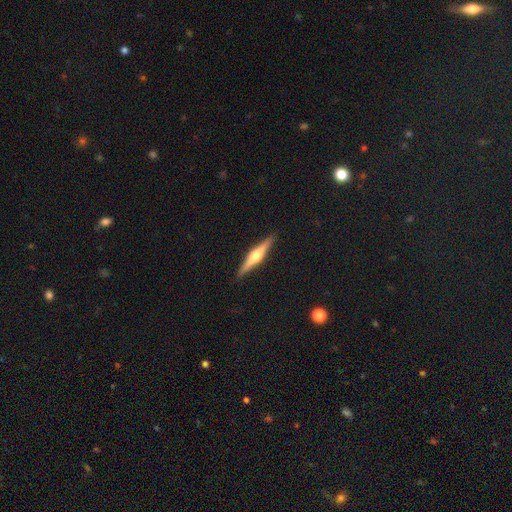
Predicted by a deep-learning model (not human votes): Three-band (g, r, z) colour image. It shows a featured or disk galaxy (71%) viewed edge-on (98%) with a rounded central bulge (92%). Merging: none (91%).